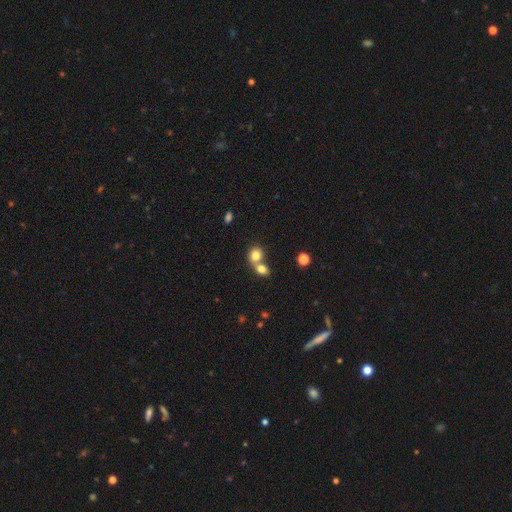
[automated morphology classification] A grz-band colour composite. It shows a smooth galaxy with no disk features (79%) that is round (70%). Merging: merger (61%).